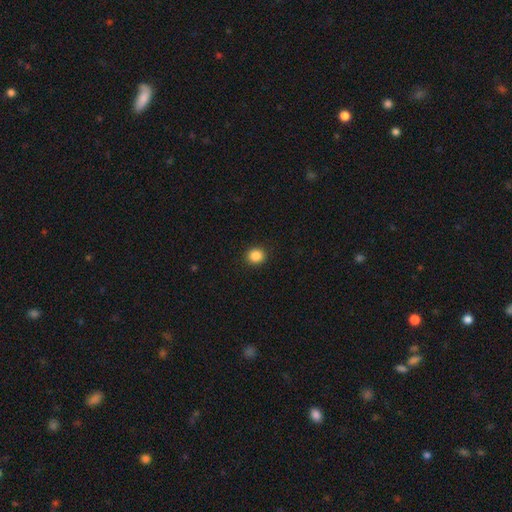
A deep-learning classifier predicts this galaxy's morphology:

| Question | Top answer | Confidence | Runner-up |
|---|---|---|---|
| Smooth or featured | smooth | 86% | star or artifact (10%) |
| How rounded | round | 89% | in between (10%) |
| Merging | none | 92% | minor disturbance (5%) |